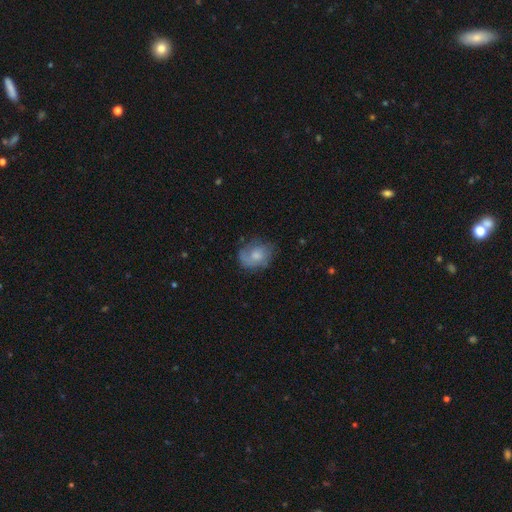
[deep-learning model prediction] A smooth galaxy with no disk features (55%) that is in between round and cigar-shaped (50%).

Vote fractions:
- Smooth or featured? smooth: 55% / featured or disk: 37% / star or artifact: 8%
- How rounded? in between: 50% / round: 49% / cigar-shaped: 1%
- Merging? none: 60% / minor disturbance: 26% / major disturbance: 13% / merger: 2%